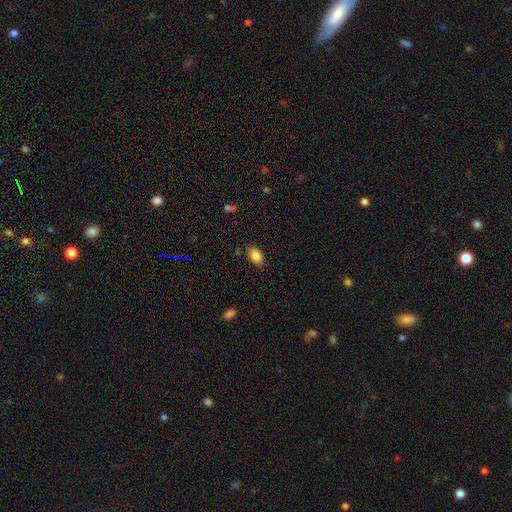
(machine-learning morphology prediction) A smooth galaxy with no disk features (85%) that is in between round and cigar-shaped (89%).

Vote fractions:
- Smooth or featured? smooth: 85% / star or artifact: 8% / featured or disk: 7%
- How rounded? in between: 89% / round: 9% / cigar-shaped: 2%
- Merging? none: 83% / minor disturbance: 13% / major disturbance: 3% / merger: 2%